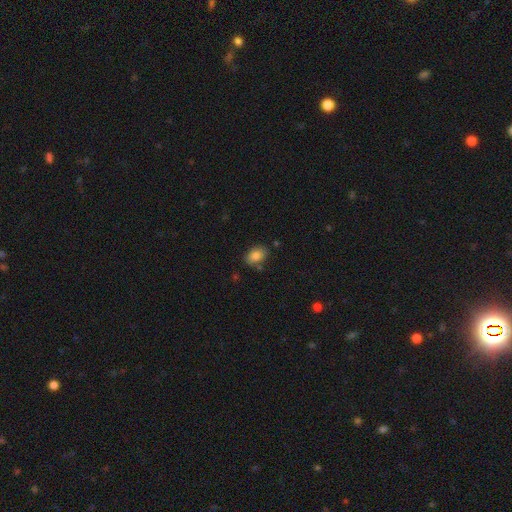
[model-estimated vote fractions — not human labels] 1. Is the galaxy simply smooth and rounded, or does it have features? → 84% smooth, 9% star or artifact, 7% featured or disk.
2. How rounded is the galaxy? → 80% in between, 19% round, 1% cigar-shaped.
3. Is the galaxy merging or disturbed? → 77% none, 16% minor disturbance, 4% merger, 4% major disturbance.